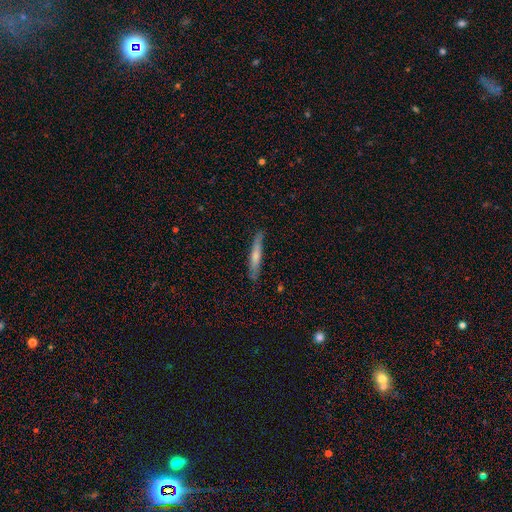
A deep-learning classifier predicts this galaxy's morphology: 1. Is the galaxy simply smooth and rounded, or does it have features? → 63% smooth, 31% featured or disk, 6% star or artifact.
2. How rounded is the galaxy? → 93% cigar-shaped, 5% in between, 1% round.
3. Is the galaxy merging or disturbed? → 83% none, 13% minor disturbance, 2% major disturbance, 1% merger.